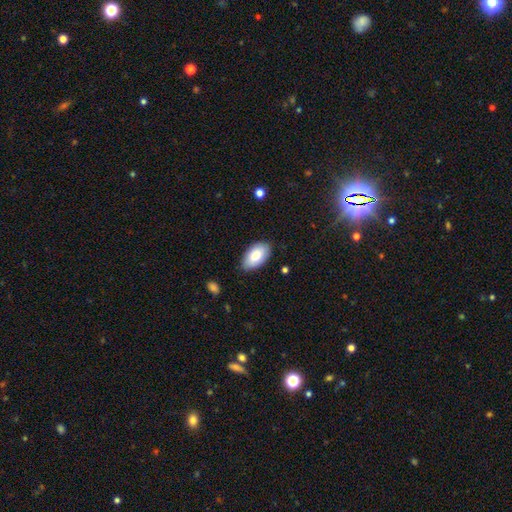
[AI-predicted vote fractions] This appears to be a smooth galaxy with no disk features (83%) that is in between round and cigar-shaped (95%). Merging: none (82%).